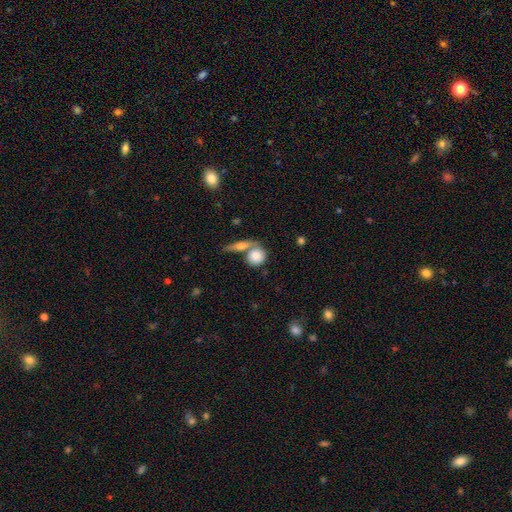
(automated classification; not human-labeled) This appears to be a smooth galaxy with no disk features (80%) that is round (79%). Merging: none (49%).